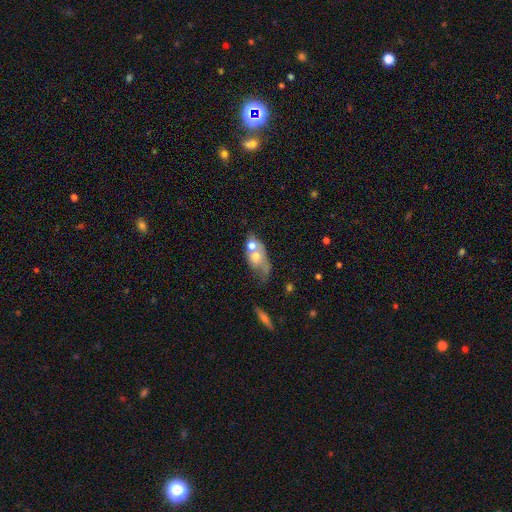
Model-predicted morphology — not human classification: Smooth or featured: smooth — 52% (featured or disk — 40%)
How rounded: in between — 71% (round — 25%)
Merging: merger — 58% (none — 16%)